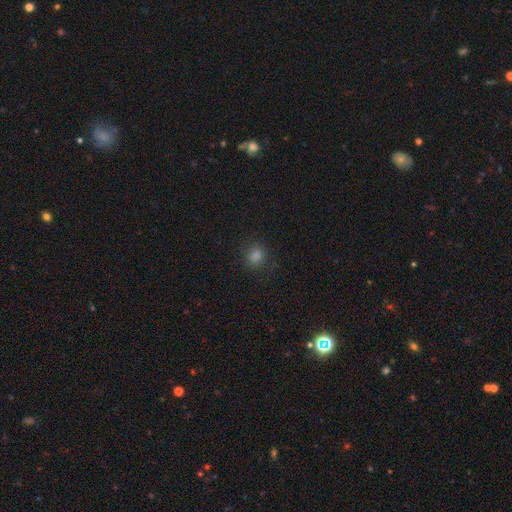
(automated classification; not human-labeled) Smooth or featured: smooth — 77% (star or artifact — 19%)
How rounded: round — 80% (in between — 19%)
Merging: none — 86% (minor disturbance — 10%)